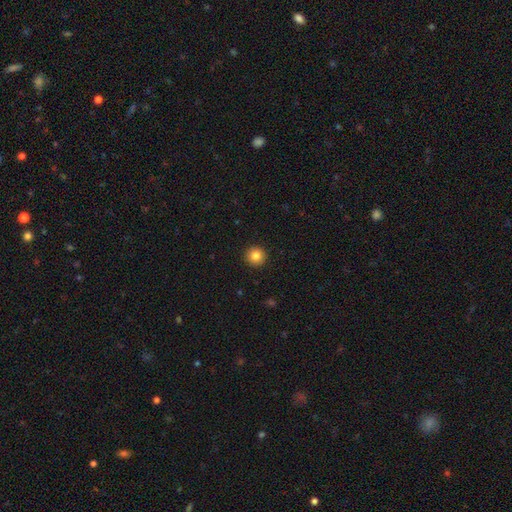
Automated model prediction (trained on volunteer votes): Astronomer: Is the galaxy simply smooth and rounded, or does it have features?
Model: smooth — 84%.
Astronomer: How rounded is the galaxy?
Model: round — 96%.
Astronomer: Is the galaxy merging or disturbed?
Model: none — 93%.